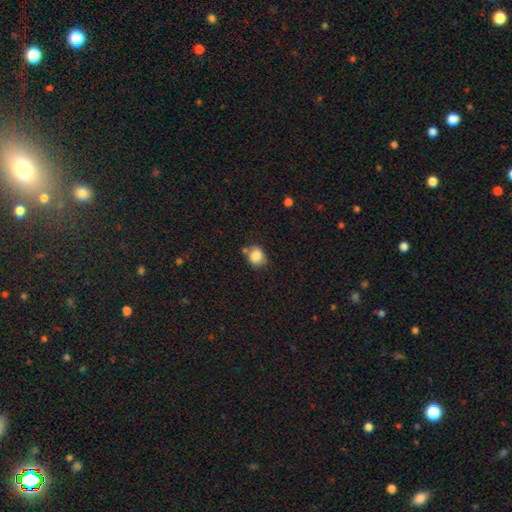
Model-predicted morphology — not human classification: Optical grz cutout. It shows a smooth galaxy with no disk features (84%) that is round (61%). Merging: none (62%).